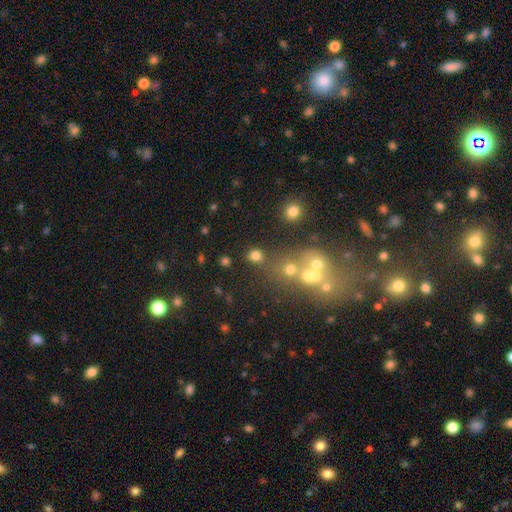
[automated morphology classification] Smooth or featured?
  - smooth: 74% *
  - star or artifact: 18%
  - featured or disk: 8%
How rounded?
  - round: 79% *
  - in between: 19%
  - cigar-shaped: 1%
Merging?
  - none: 71% *
  - merger: 15%
  - minor disturbance: 9%
  - major disturbance: 5%